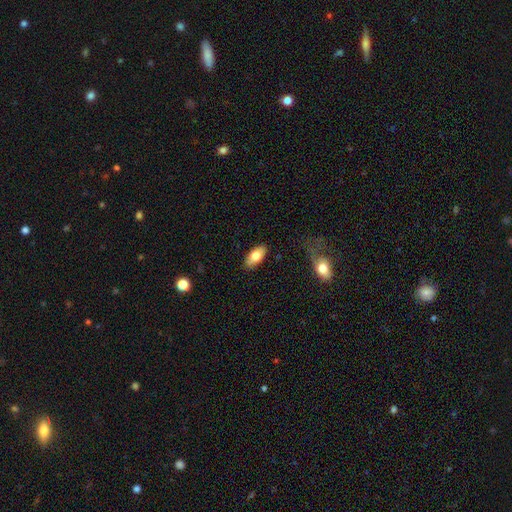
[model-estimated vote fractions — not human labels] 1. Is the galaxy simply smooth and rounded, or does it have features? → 77% smooth, 17% featured or disk, 6% star or artifact.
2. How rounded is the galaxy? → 90% in between, 8% cigar-shaped, 3% round.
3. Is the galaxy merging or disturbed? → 86% none, 10% minor disturbance, 2% major disturbance, 1% merger.